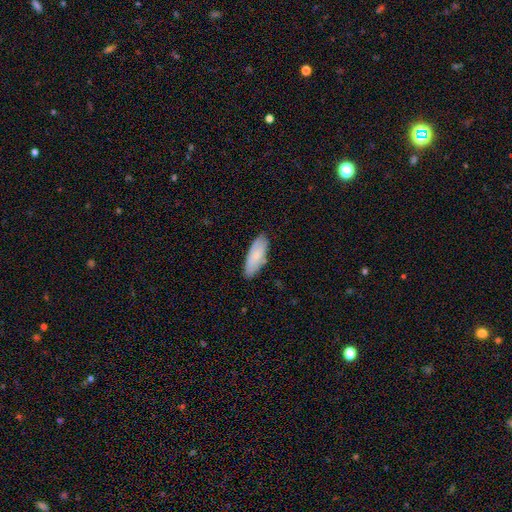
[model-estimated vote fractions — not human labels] The model was most divided on "how rounded": in between: 73%, cigar-shaped: 25%, round: 2%. More confident: merging — none (83%); smooth or featured — smooth (74%).